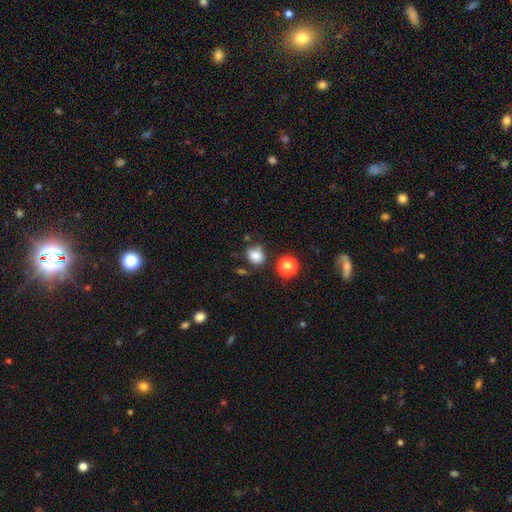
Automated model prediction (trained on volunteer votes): A smooth galaxy with no disk features (82%) that is round (63%). Merging: none (68%).